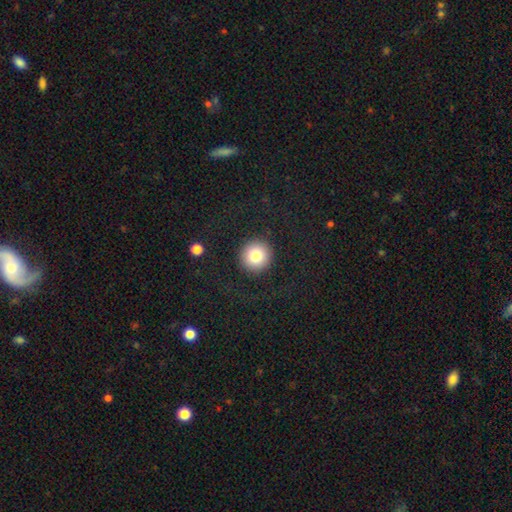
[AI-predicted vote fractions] Q: Smooth or featured?
A: smooth (81%); runner-up: star or artifact (10%)
Q: How rounded?
A: round (95%); runner-up: in between (4%)
Q: Merging?
A: none (91%); runner-up: minor disturbance (5%)